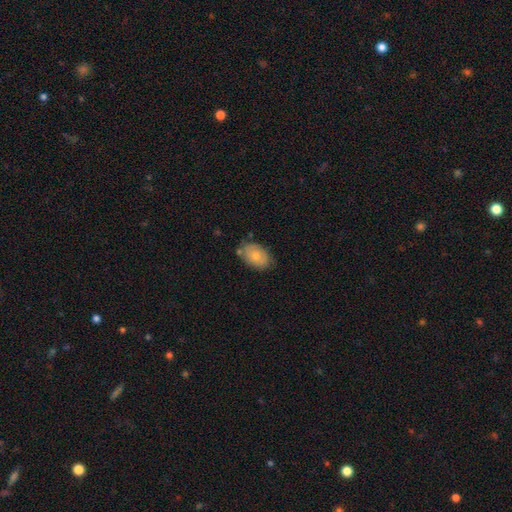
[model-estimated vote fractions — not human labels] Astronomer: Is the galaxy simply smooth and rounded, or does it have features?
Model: smooth — 68%.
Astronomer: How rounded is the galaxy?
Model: in between — 86%.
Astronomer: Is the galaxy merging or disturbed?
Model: none — 69%.